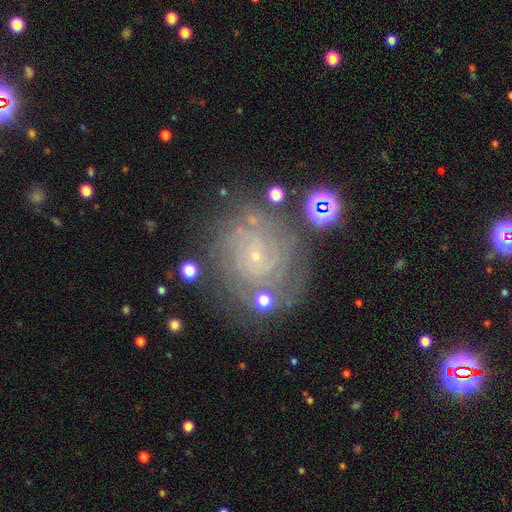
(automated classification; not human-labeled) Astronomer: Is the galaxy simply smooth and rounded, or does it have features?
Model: featured or disk — 77%.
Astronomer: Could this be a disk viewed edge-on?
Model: no — 97%.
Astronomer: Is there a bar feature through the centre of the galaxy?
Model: no — 75%.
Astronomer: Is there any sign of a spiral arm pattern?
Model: yes — 93%.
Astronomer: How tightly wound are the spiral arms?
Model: tight — 75%.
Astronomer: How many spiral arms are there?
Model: can't tell — 42%.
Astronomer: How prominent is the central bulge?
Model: small — 89%.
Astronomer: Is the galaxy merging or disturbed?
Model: none — 72%.